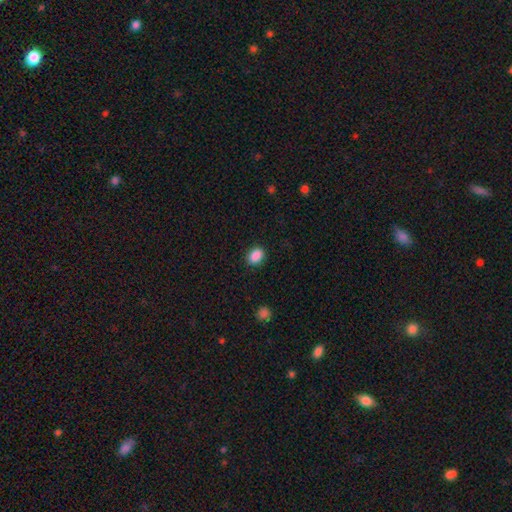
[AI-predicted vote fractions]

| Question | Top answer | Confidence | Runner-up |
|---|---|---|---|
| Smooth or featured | smooth | 89% | star or artifact (8%) |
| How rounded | in between | 72% | round (27%) |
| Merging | none | 87% | minor disturbance (9%) |